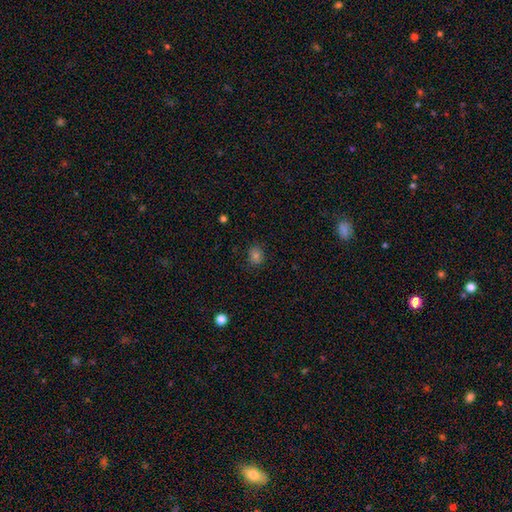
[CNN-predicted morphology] This is likely a smooth galaxy (77%). How rounded: likely round (66%). Merging: clearly none (84%).